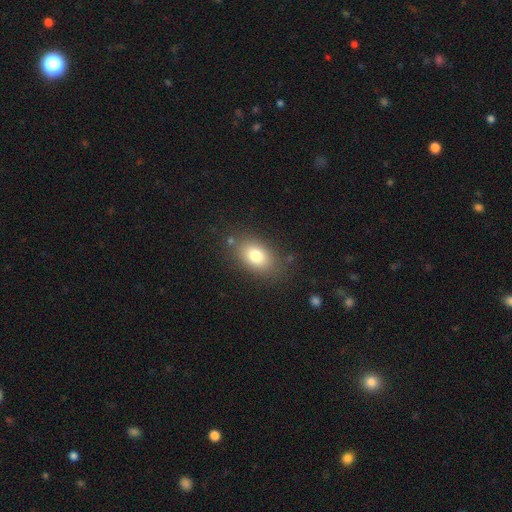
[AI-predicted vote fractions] smooth-or-featured: smooth: 78% | featured or disk: 12% | star or artifact: 10%
  how-rounded: in between: 83% | round: 15% | cigar-shaped: 2%
  merging: none: 80% | minor disturbance: 13% | major disturbance: 4% | merger: 3%